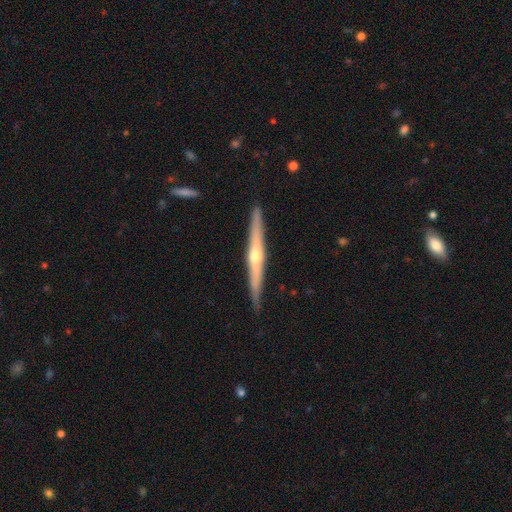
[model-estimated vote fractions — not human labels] featured or disk 74%, smooth 21%, star or artifact 5%. Down the decision tree: edge-on disk — yes (97%); edge-on bulge — rounded (84%); merging — none (90%).